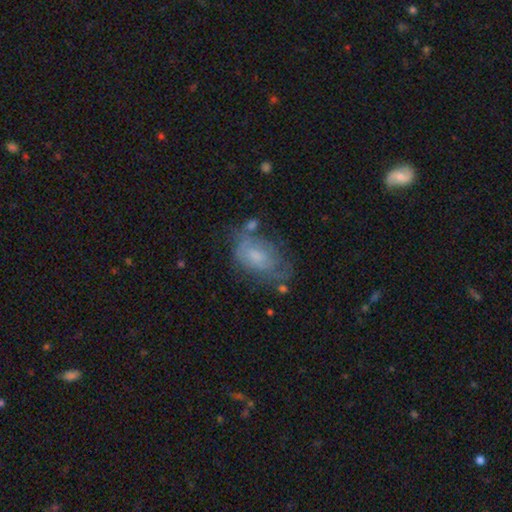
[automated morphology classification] A featured or disk galaxy (51%). Merging: none (45%).